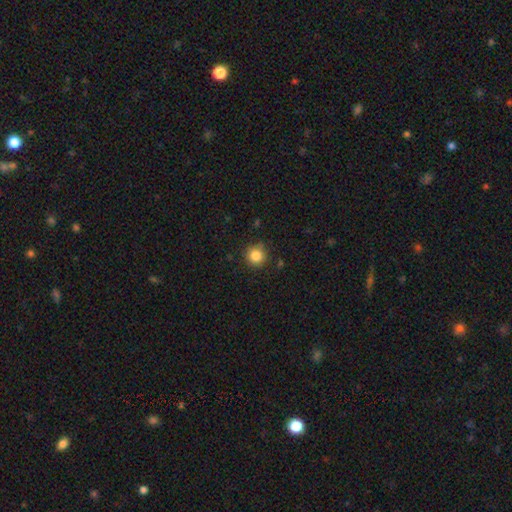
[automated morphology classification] smooth 85%, star or artifact 11%, featured or disk 4%. Down the decision tree: how rounded — round (93%); merging — none (85%).